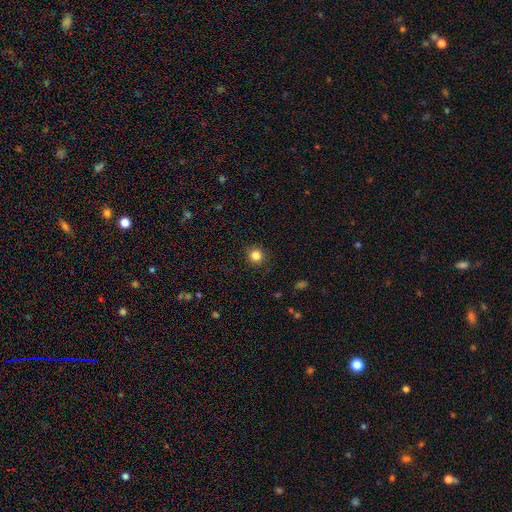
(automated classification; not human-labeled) A smooth galaxy with no disk features (83%) that is round (91%). Merging: none (90%).